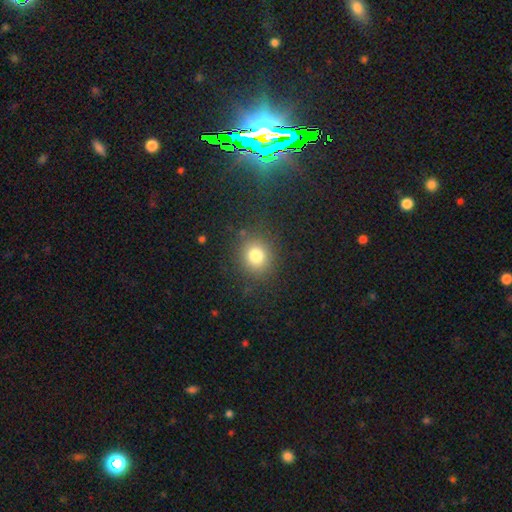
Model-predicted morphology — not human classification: Smooth or featured?
  - smooth: 79% *
  - star or artifact: 14%
  - featured or disk: 7%
How rounded?
  - round: 83% *
  - in between: 16%
  - cigar-shaped: 1%
Merging?
  - none: 86% *
  - minor disturbance: 8%
  - major disturbance: 4%
  - merger: 2%